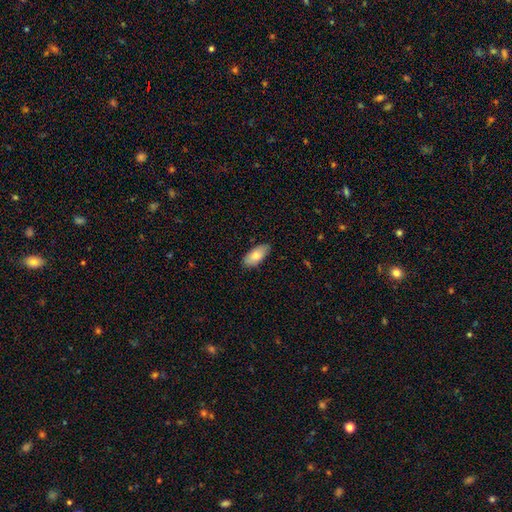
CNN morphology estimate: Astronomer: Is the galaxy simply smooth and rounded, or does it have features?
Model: smooth — 81%.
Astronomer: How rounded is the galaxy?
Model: in between — 89%.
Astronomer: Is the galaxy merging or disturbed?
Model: none — 87%.